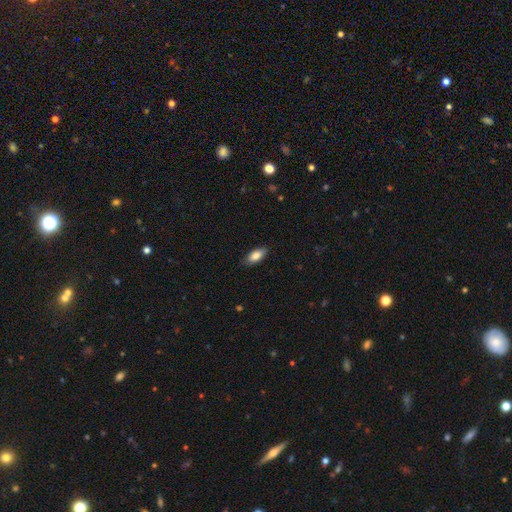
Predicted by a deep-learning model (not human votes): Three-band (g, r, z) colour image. It shows a smooth galaxy with no disk features (81%) that is in between round and cigar-shaped (84%). Merging: none (83%).